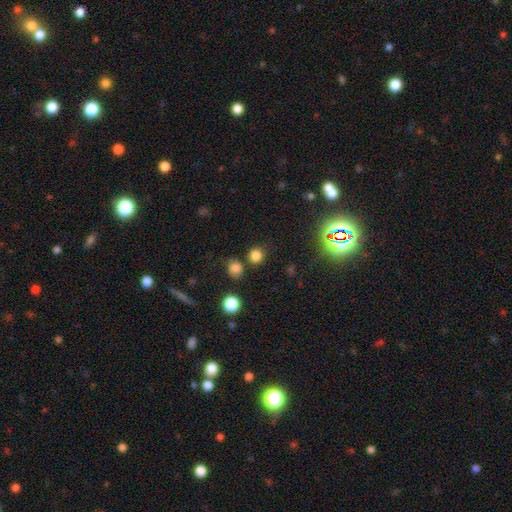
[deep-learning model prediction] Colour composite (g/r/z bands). It shows a smooth galaxy with no disk features (79%) that is round (89%). Merging: none (77%).